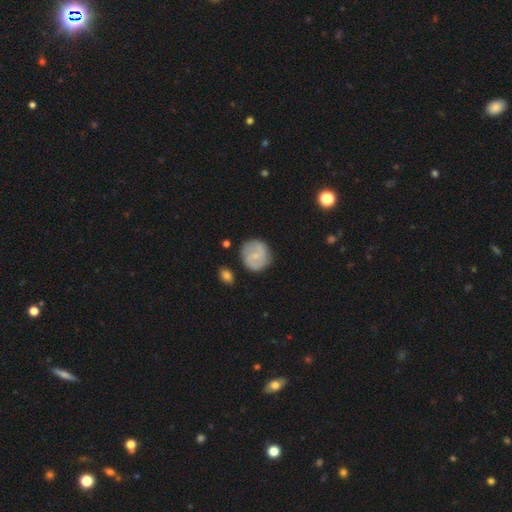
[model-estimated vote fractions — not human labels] This is possibly a smooth galaxy (47%, tied with featured or disk). Merging: likely none (77%).